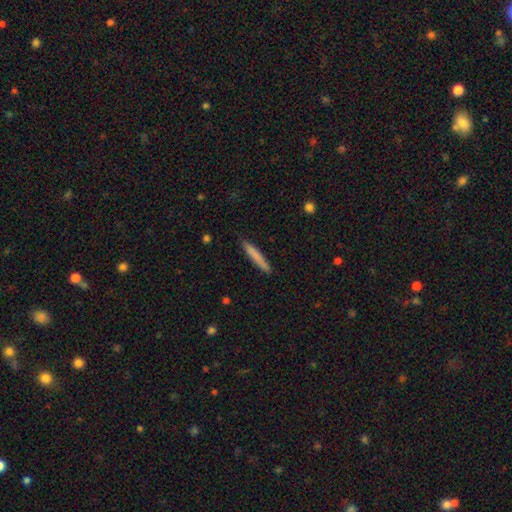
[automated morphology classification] Smooth or featured? smooth (77%)
How rounded? cigar-shaped (95%)
Merging? none (87%)